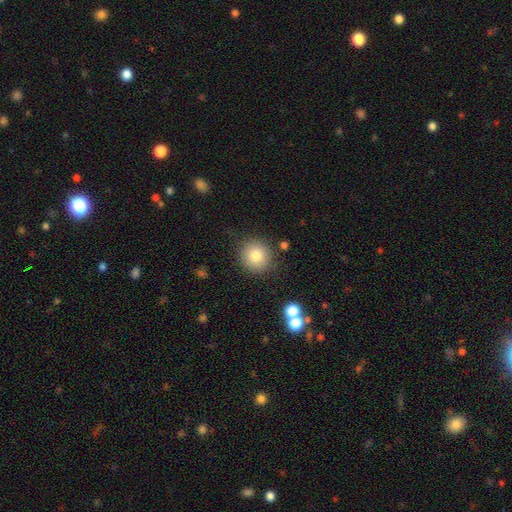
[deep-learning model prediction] Q: Smooth or featured?
A: smooth (81%); runner-up: star or artifact (10%)
Q: How rounded?
A: round (89%); runner-up: in between (10%)
Q: Merging?
A: none (84%); runner-up: minor disturbance (10%)